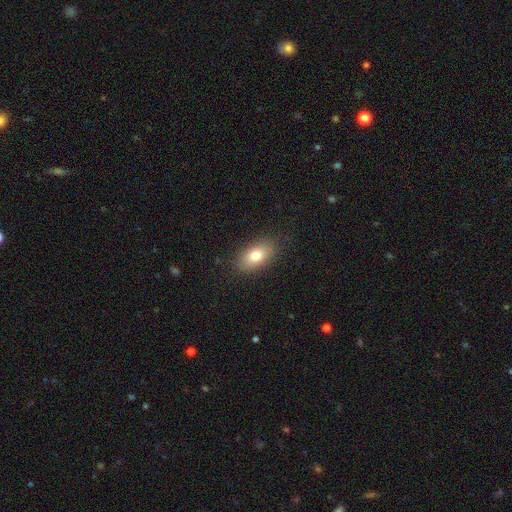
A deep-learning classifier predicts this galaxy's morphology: A smooth galaxy with no disk features (80%) that is in between round and cigar-shaped (90%).

Vote fractions:
- Smooth or featured? smooth: 80% / featured or disk: 13% / star or artifact: 8%
- How rounded? in between: 90% / round: 6% / cigar-shaped: 4%
- Merging? none: 83% / minor disturbance: 12% / major disturbance: 3% / merger: 1%